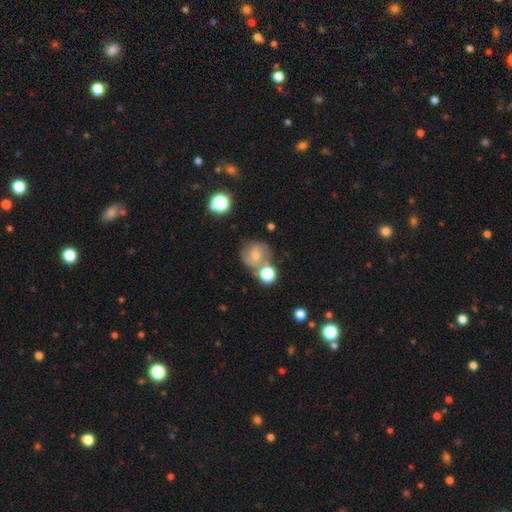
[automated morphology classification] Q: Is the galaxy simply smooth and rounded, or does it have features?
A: smooth — 44%.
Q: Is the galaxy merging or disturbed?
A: none — 55%.